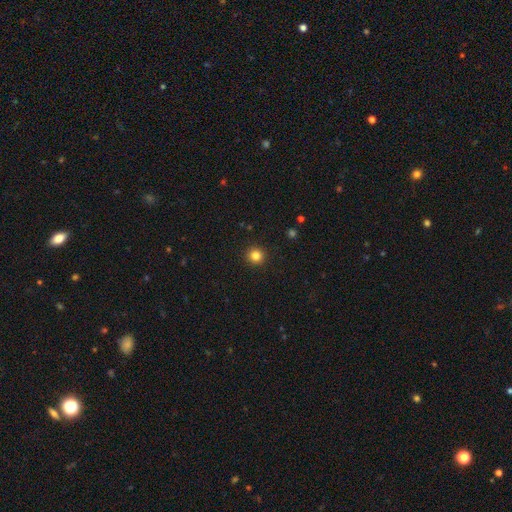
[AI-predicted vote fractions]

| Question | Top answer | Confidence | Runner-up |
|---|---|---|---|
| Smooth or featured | smooth | 83% | star or artifact (12%) |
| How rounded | round | 95% | in between (4%) |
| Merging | none | 93% | minor disturbance (5%) |